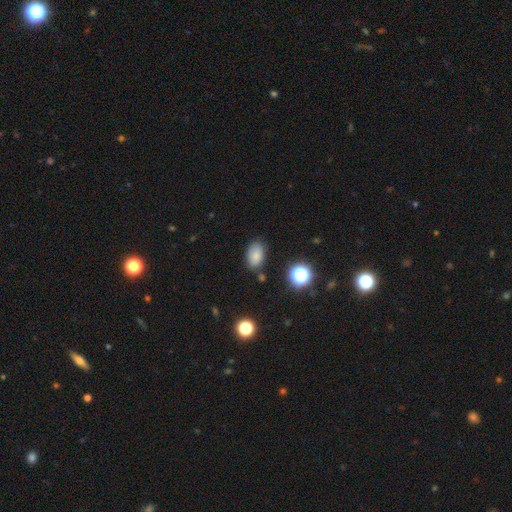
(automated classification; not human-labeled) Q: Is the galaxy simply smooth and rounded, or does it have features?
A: smooth — 81%.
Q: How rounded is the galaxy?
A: in between — 87%.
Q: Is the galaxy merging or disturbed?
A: none — 77%.